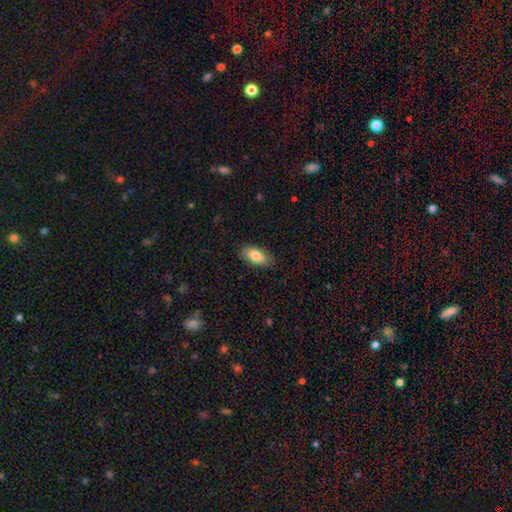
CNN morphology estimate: Smooth or featured: smooth — 81% (featured or disk — 13%)
How rounded: in between — 91% (cigar-shaped — 6%)
Merging: none — 86% (minor disturbance — 11%)